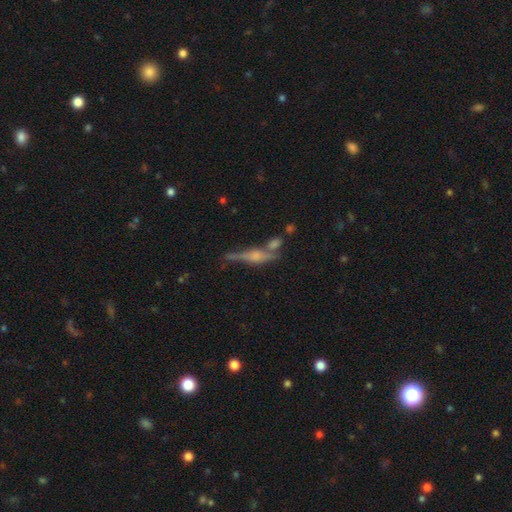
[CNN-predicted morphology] A featured or disk galaxy (69%) viewed edge-on (93%) with a rounded central bulge (75%).

Vote fractions:
- Smooth or featured? featured or disk: 69% / smooth: 22% / star or artifact: 10%
- Edge-on disk? yes: 93% / no: 7%
- Edge-on bulge? rounded: 75% / boxy: 17% / none: 8%
- Merging? none: 62% / minor disturbance: 16% / merger: 16% / major disturbance: 7%